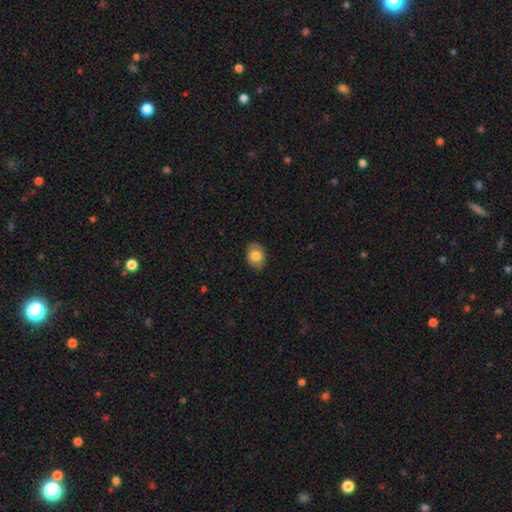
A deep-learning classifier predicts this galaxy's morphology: Overall: smooth (76%). How rounded: in between (69%; round 30%). Merging: none (84%).